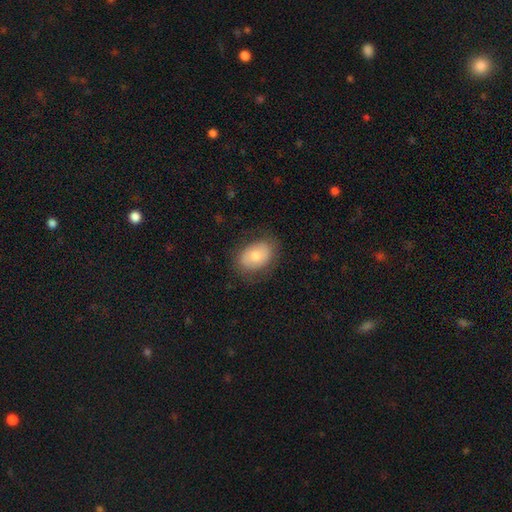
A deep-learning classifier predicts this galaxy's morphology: smooth-or-featured: smooth: 71% | featured or disk: 22% | star or artifact: 7%
  how-rounded: in between: 80% | round: 19% | cigar-shaped: 1%
  merging: none: 77% | minor disturbance: 16% | major disturbance: 6% | merger: 1%